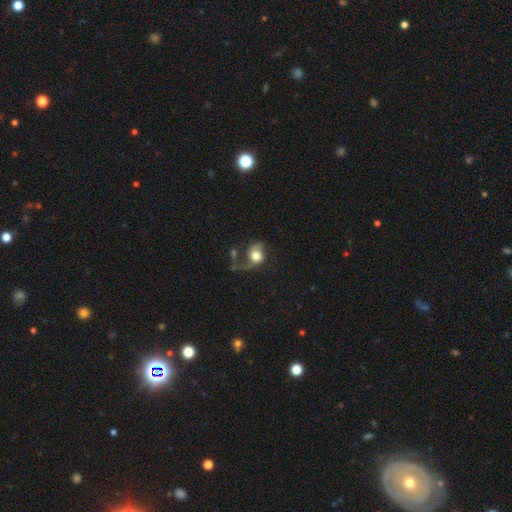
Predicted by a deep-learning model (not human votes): This is possibly a smooth galaxy (50%). How rounded: possibly round (58%). Merging: marginally major disturbance (44%).